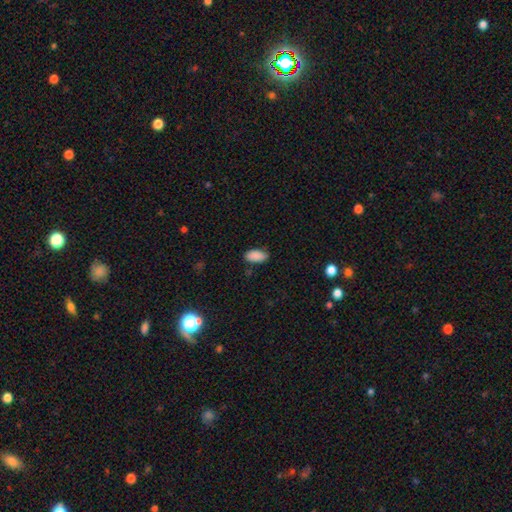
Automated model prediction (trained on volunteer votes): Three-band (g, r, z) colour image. It shows a smooth galaxy with no disk features (89%) that is in between round and cigar-shaped (94%). Merging: none (84%).